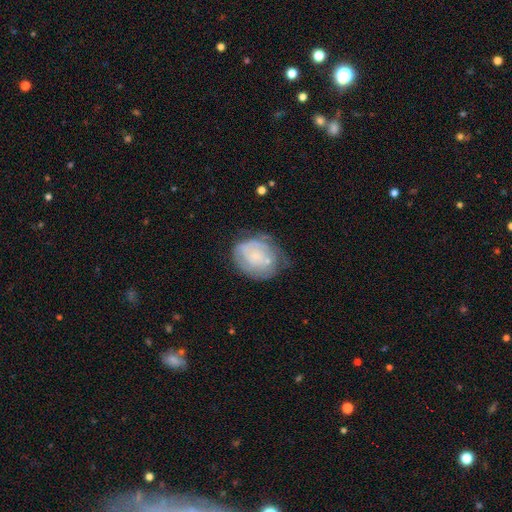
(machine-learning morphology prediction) smooth-or-featured: featured or disk: 59% | smooth: 33% | star or artifact: 8%
  disk-edge-on: no: 98% | yes: 2%
    bar: no: 77% | weak: 20% | strong: 4%
    has-spiral-arms: yes: 71% | no: 29%
    bulge-size: small: 69% | none: 14% | moderate: 14% | large: 2% | dominant: 1%
  merging: none: 52% | minor disturbance: 28% | major disturbance: 15% | merger: 6%